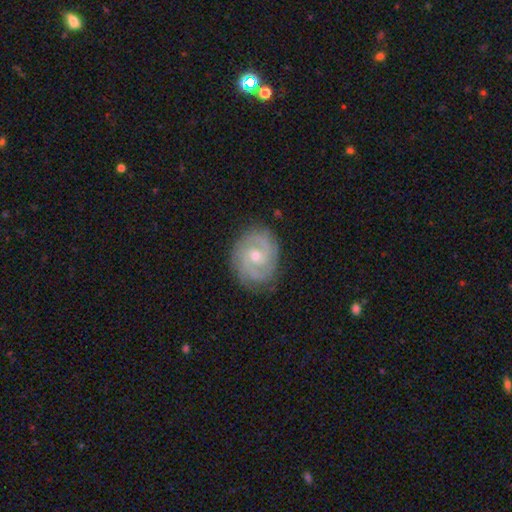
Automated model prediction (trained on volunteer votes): smooth-or-featured: featured or disk: 86% | smooth: 9% | star or artifact: 5%
  disk-edge-on: no: 98% | yes: 2%
    bar: no: 61% | weak: 34% | strong: 5%
    has-spiral-arms: yes: 97% | no: 3%
      spiral-winding: tight: 66% | medium: 29% | loose: 5%
      spiral-arm-count: 2: 43% | 3: 26% | can't tell: 16% | 4: 6% | 1: 4% | more than 4: 4%
    bulge-size: moderate: 50% | small: 47% | large: 1% | none: 1% | dominant: 1%
  merging: none: 82% | minor disturbance: 13% | major disturbance: 3% | merger: 1%